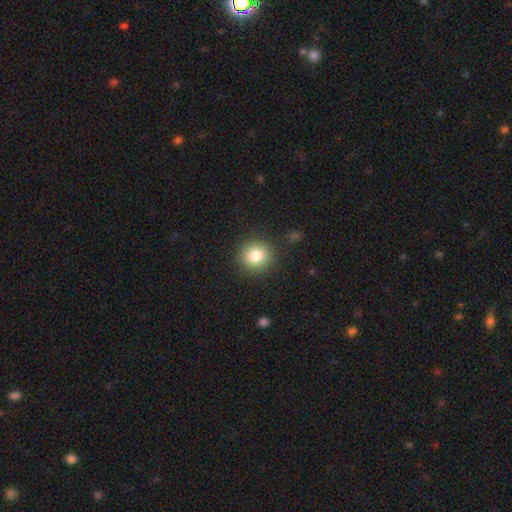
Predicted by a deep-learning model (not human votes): Smooth or featured?
  - smooth: 82% *
  - star or artifact: 11%
  - featured or disk: 7%
How rounded?
  - round: 90% *
  - in between: 9%
  - cigar-shaped: 1%
Merging?
  - none: 89% *
  - minor disturbance: 7%
  - major disturbance: 3%
  - merger: 1%